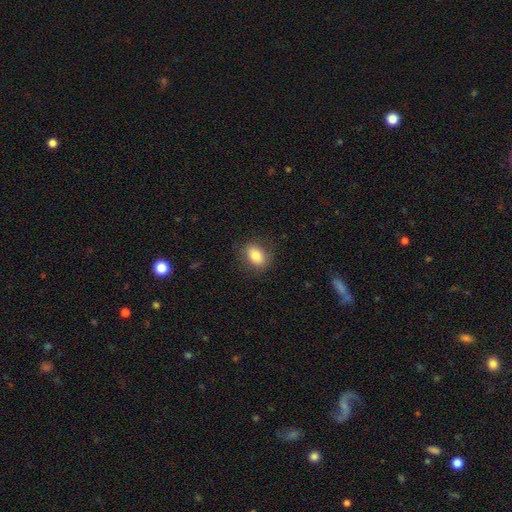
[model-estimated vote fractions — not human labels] Overall: smooth (81%). How rounded: in between (71%). Merging: none (84%).